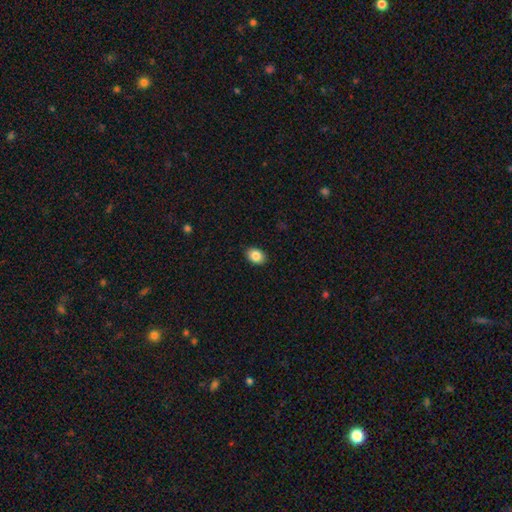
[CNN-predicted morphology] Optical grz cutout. It shows a smooth galaxy with no disk features (86%) that is in between round and cigar-shaped (75%). Merging: none (90%).